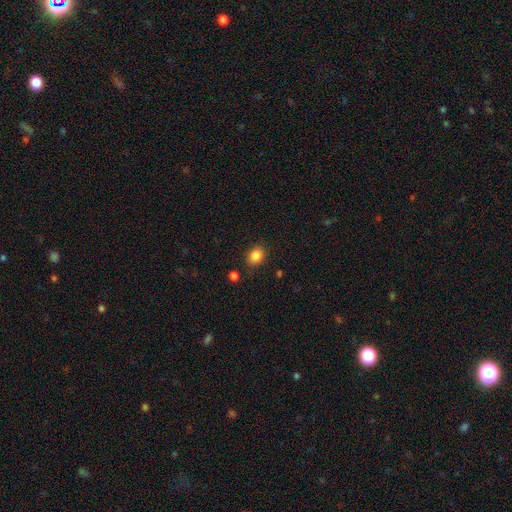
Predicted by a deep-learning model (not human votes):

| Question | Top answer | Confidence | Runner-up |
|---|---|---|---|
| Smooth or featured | smooth | 86% | star or artifact (10%) |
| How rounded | in between | 61% | round (38%) |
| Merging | none | 83% | minor disturbance (11%) |